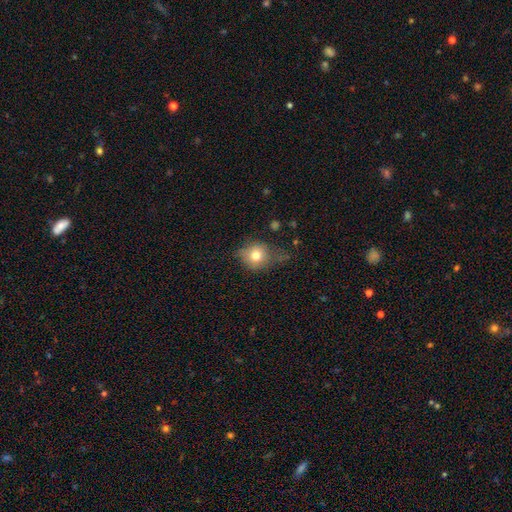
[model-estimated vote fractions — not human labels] smooth 72%, featured or disk 16%, star or artifact 12%. Down the decision tree: how rounded — round (77%); merging — none (51%).